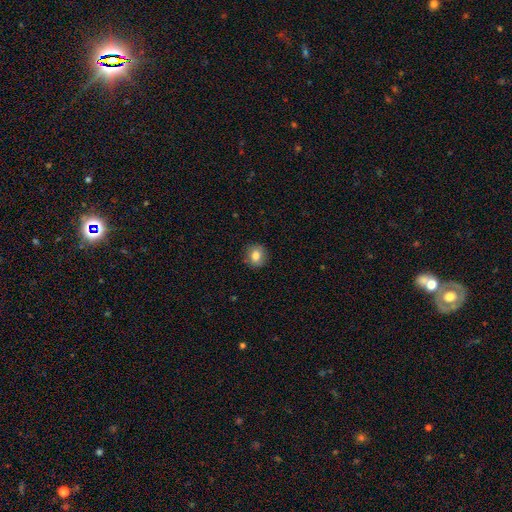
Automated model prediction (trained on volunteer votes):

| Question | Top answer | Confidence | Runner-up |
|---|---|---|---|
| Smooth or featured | smooth | 82% | star or artifact (10%) |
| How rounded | round | 75% | in between (24%) |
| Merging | none | 88% | minor disturbance (9%) |